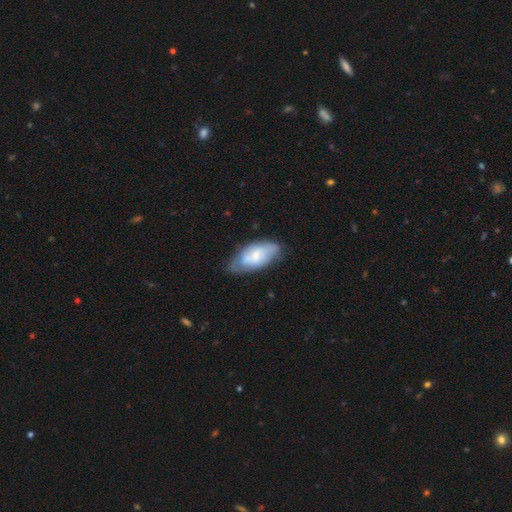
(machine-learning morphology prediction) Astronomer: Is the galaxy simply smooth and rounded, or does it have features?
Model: smooth — 53% (runner-up: featured or disk, 40%).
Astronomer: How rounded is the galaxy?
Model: in between — 91%.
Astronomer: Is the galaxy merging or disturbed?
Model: none — 57%.